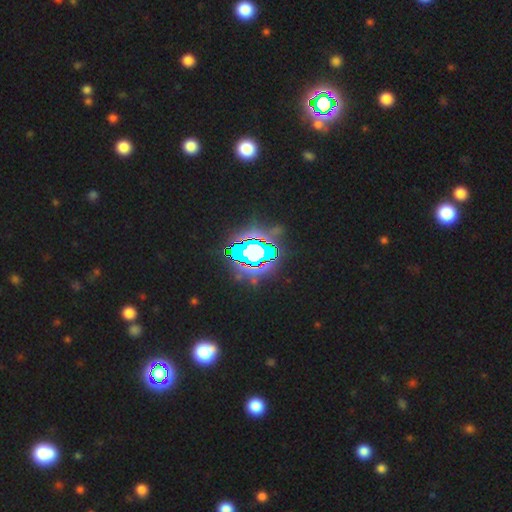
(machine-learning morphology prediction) Overall: star or artifact (78%).